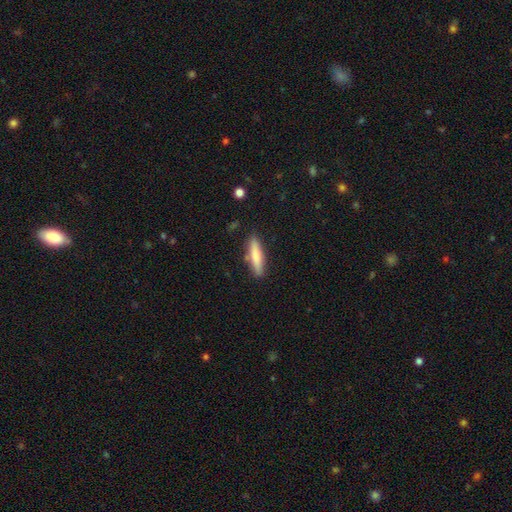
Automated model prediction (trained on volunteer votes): Smooth or featured? Predicted: smooth (p=0.74). How rounded? Predicted: cigar-shaped (p=0.81). Merging? Predicted: none (p=0.84).